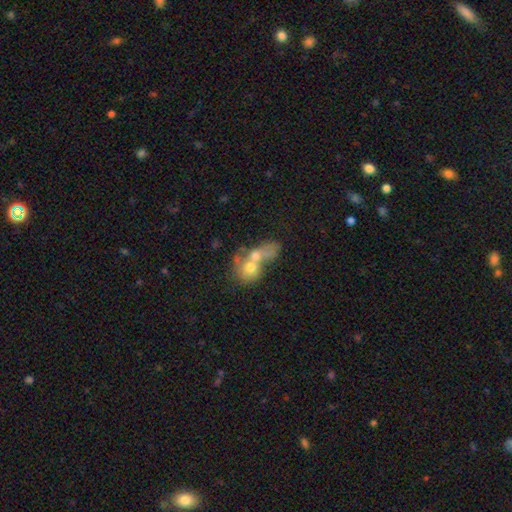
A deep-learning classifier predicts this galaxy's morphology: smooth 59%, featured or disk 31%, star or artifact 10%. Down the decision tree: how rounded — round (50%); merging — merger (76%).